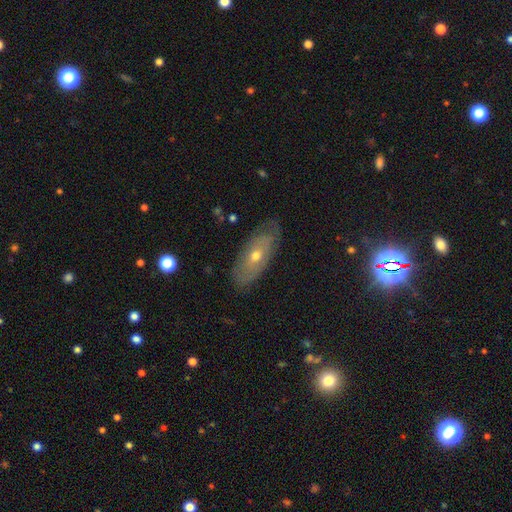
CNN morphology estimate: smooth_or_featured: featured or disk (p=0.56) [alt: smooth p=0.33]
disk_edge_on: no (p=0.74) [alt: yes p=0.26]
merging: none (p=0.80) [alt: minor disturbance p=0.15]